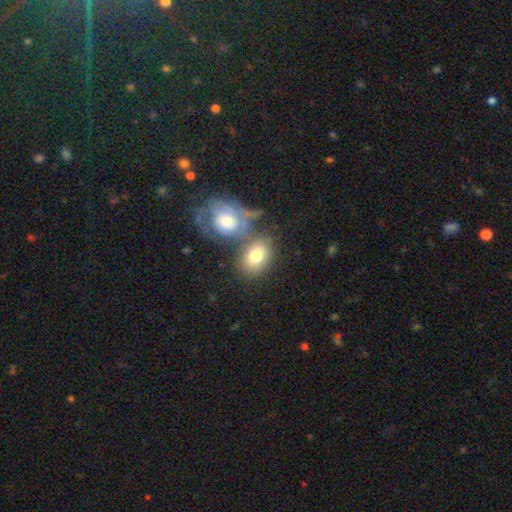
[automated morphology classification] This appears to be a smooth galaxy with no disk features (72%) that is in between round and cigar-shaped (63%). Merging: none (44%).